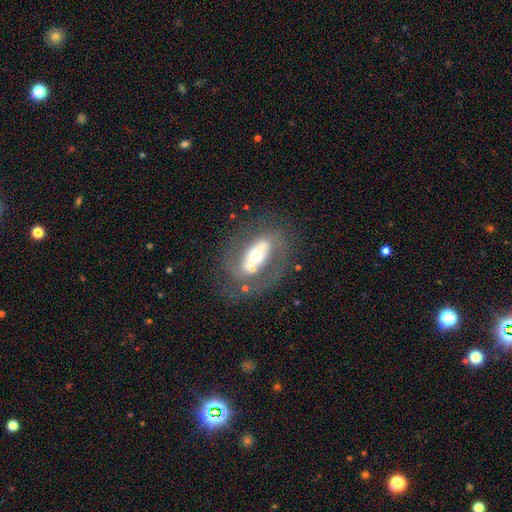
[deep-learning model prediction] The model was most divided on "spiral arms": no: 52%, yes: 48%. Remaining: edge-on disk — no (88%); smooth or featured — featured or disk (68%); merging — none (65%); bulge size — moderate (58%); bar — no (43%).